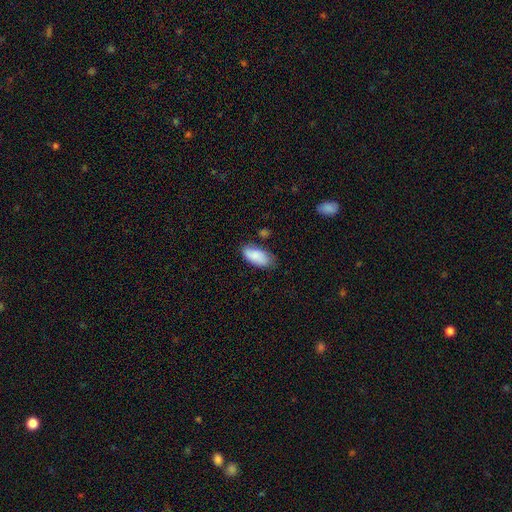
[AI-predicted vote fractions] smooth_or_featured: smooth (p=0.85) [alt: featured or disk p=0.08]
how_rounded: in between (p=0.92) [alt: cigar-shaped p=0.06]
merging: none (p=0.68) [alt: minor disturbance p=0.24]